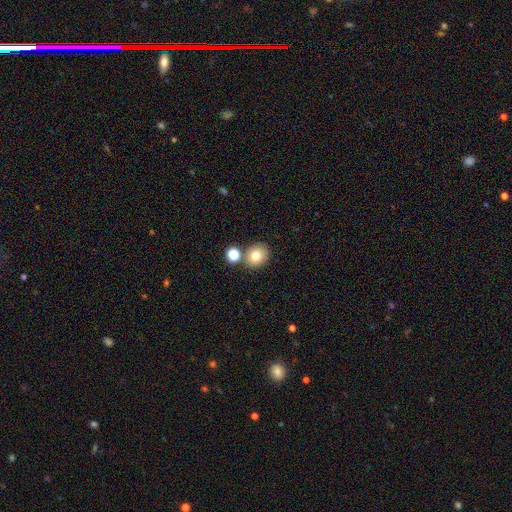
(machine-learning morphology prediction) Smooth or featured? smooth (78%)
How rounded? round (66%)
Merging? none (73%)